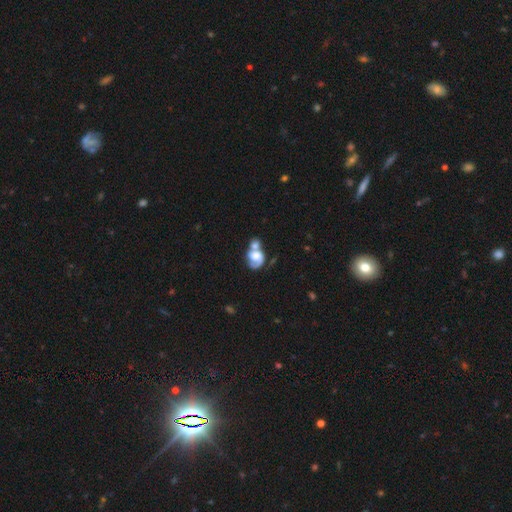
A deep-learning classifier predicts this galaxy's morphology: Smooth or featured? Predicted: featured or disk (p=0.56). Edge-on disk? Predicted: no (p=0.97). Bar? Predicted: no (p=0.70). Spiral arms? Predicted: yes (p=0.72). Bulge size? Predicted: large (p=0.39). Merging? Predicted: merger (p=0.58).